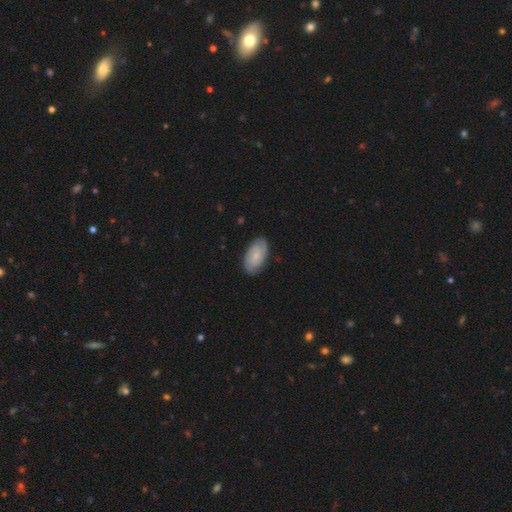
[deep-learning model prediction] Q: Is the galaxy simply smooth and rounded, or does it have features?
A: featured or disk — 67%.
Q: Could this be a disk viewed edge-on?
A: no — 96%.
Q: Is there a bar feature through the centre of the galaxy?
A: no — 65%.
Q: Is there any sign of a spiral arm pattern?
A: yes — 93%.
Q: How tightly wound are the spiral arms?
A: tight — 58%.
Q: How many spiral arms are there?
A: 2 — 63%.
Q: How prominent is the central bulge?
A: small — 68%.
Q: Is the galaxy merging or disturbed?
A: none — 84%.